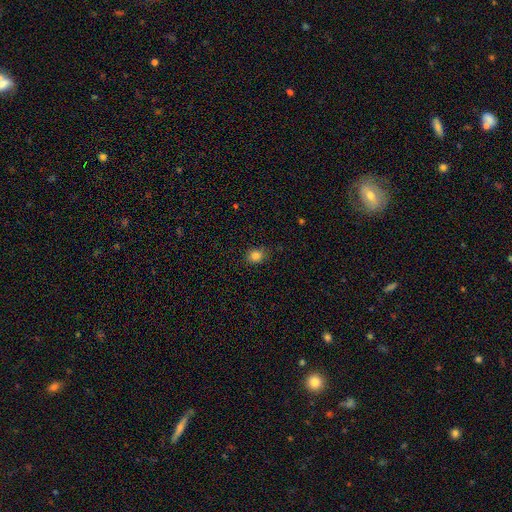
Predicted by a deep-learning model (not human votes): Smooth or featured?
  - smooth: 83% *
  - star or artifact: 12%
  - featured or disk: 5%
How rounded?
  - round: 63% *
  - in between: 36%
  - cigar-shaped: 1%
Merging?
  - none: 84% *
  - minor disturbance: 12%
  - major disturbance: 3%
  - merger: 1%